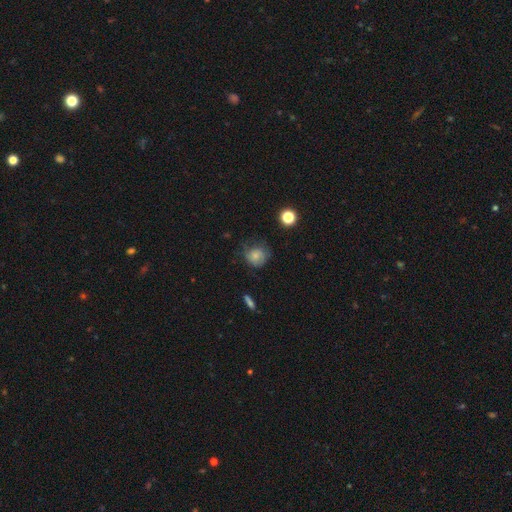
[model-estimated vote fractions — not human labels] smooth_or_featured: smooth (p=0.63) [alt: featured or disk p=0.26]
how_rounded: round (p=0.79) [alt: in between p=0.20]
merging: none (p=0.55) [alt: minor disturbance p=0.30]